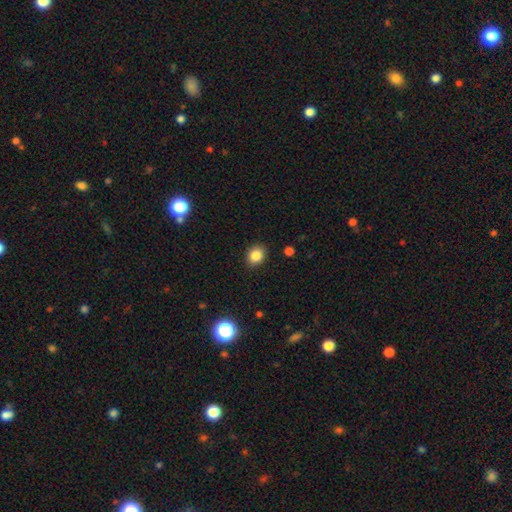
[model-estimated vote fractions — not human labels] smooth_or_featured: smooth (p=0.84) [alt: star or artifact p=0.11]
how_rounded: round (p=0.62) [alt: in between p=0.38]
merging: none (p=0.89) [alt: minor disturbance p=0.08]